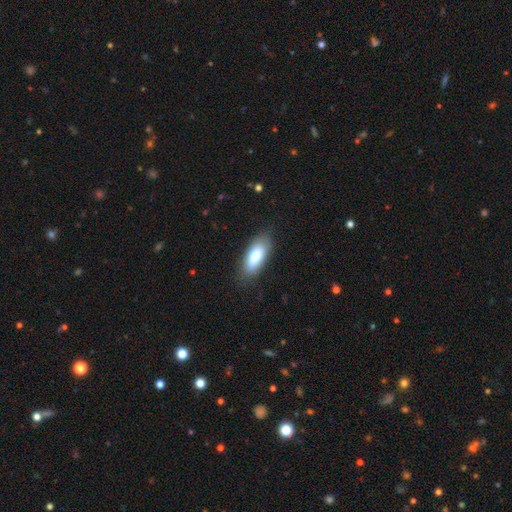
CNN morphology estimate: Smooth or featured? smooth (74%)
How rounded? in between (82%)
Merging? none (83%)